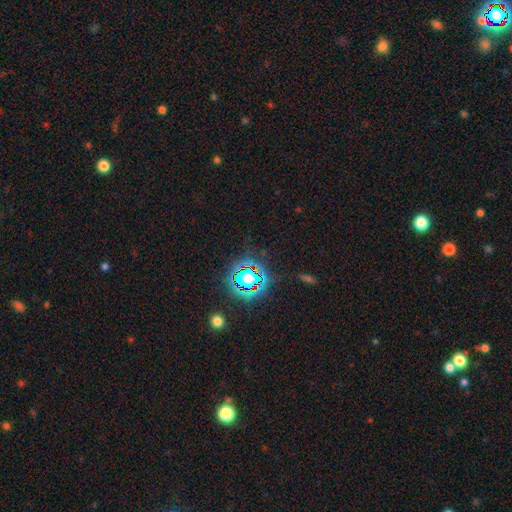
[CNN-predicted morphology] smooth-or-featured: star or artifact: 81% | smooth: 11% | featured or disk: 7%